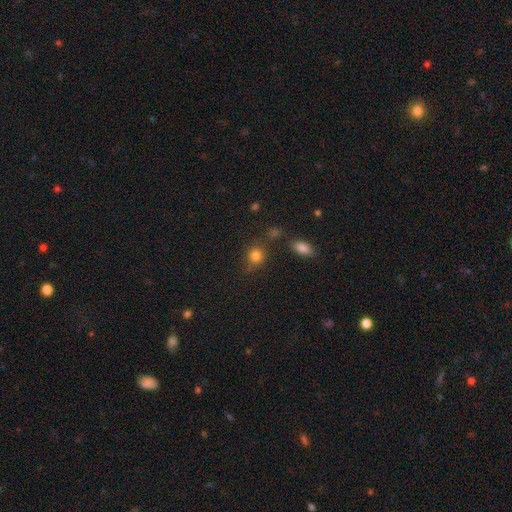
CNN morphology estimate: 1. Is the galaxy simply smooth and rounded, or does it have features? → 81% smooth, 12% star or artifact, 6% featured or disk.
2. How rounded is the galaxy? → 79% round, 19% in between, 1% cigar-shaped.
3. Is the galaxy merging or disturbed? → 72% none, 14% minor disturbance, 8% merger, 6% major disturbance.